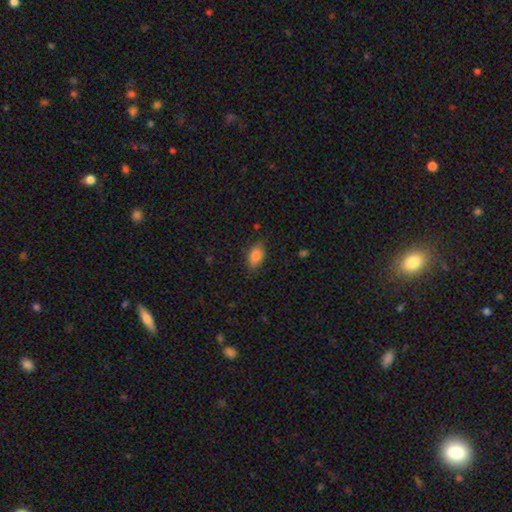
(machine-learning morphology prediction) Overall: smooth (83%). How rounded: in between (90%). Merging: none (78%).